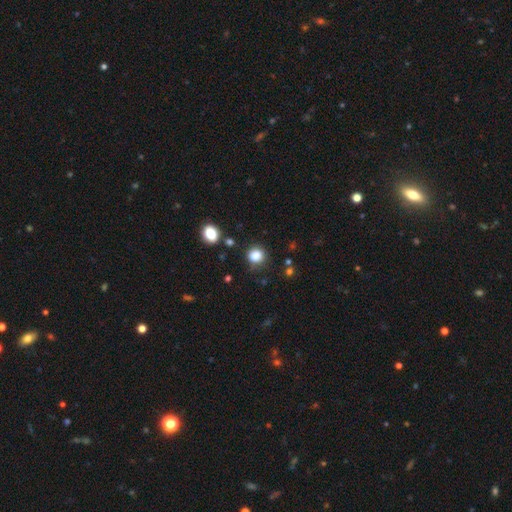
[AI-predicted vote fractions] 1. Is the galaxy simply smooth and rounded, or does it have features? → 84% smooth, 12% star or artifact, 4% featured or disk.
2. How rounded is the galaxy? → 83% round, 16% in between, 1% cigar-shaped.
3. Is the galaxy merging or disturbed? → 80% none, 12% minor disturbance, 4% major disturbance, 3% merger.